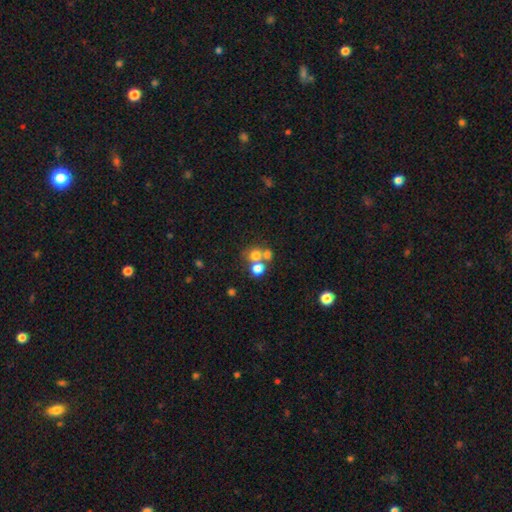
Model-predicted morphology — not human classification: smooth_or_featured: smooth (p=0.69) [alt: star or artifact p=0.16]
how_rounded: round (p=0.81) [alt: in between p=0.18]
merging: merger (p=0.46) [alt: none p=0.43]